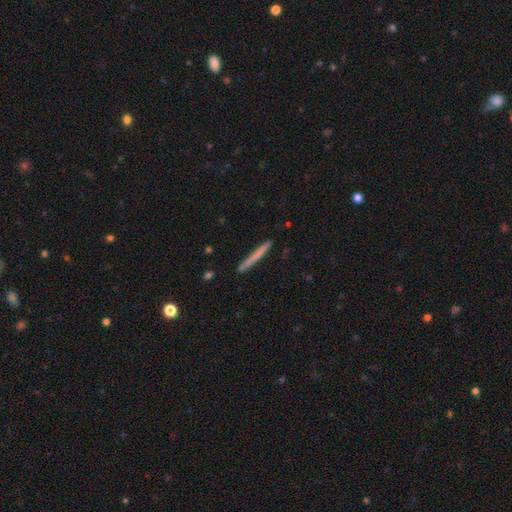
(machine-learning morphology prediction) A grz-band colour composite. It shows a smooth galaxy with no disk features (63%) that is cigar-shaped (97%). Merging: none (90%).